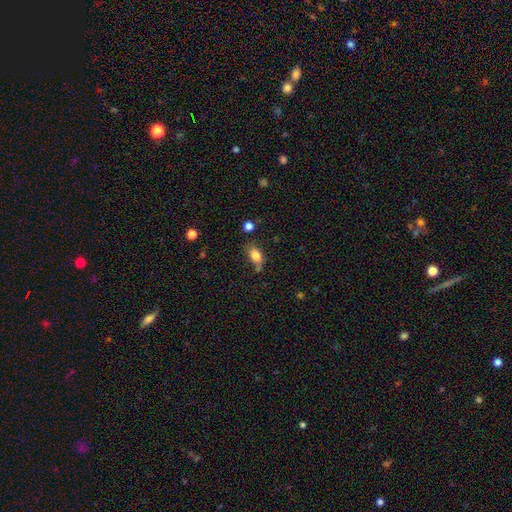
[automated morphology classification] type=smooth (82%); roundness=in between (84%); merging=none (65%).